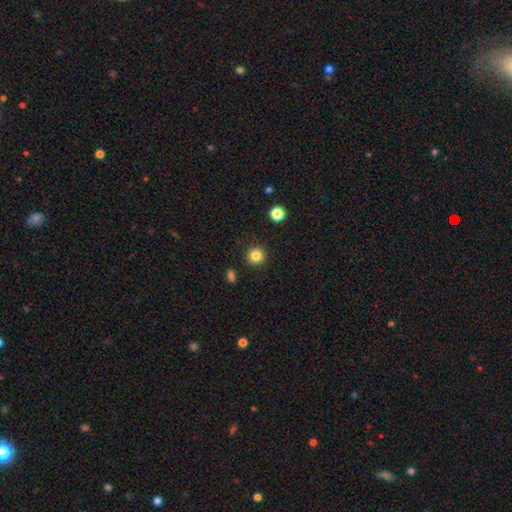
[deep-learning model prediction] smooth_or_featured: smooth (p=0.84) [alt: star or artifact p=0.11]
how_rounded: round (p=0.94) [alt: in between p=0.05]
merging: none (p=0.91) [alt: minor disturbance p=0.06]